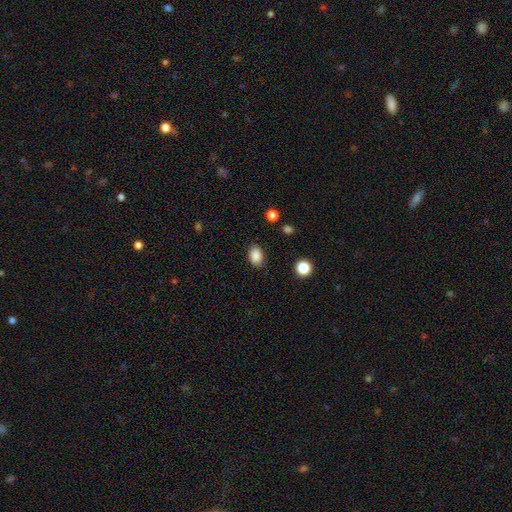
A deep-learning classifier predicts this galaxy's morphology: smooth_or_featured: smooth (p=0.87) [alt: star or artifact p=0.09]
how_rounded: in between (p=0.80) [alt: round p=0.19]
merging: none (p=0.84) [alt: minor disturbance p=0.12]